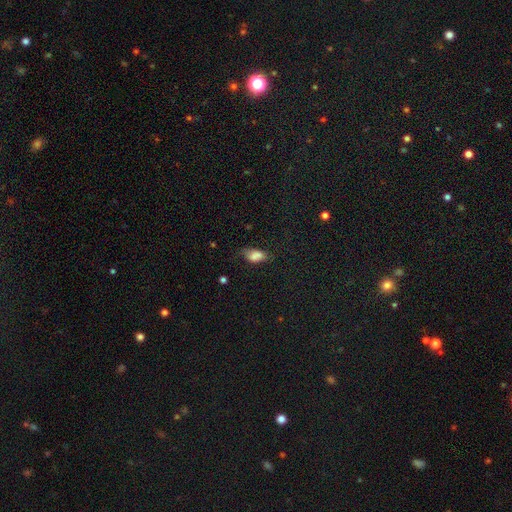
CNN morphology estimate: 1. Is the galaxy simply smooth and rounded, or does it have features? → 75% smooth, 14% featured or disk, 11% star or artifact.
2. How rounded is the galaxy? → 87% in between, 8% round, 5% cigar-shaped.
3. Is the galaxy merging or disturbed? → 43% none, 31% minor disturbance, 16% major disturbance, 10% merger.